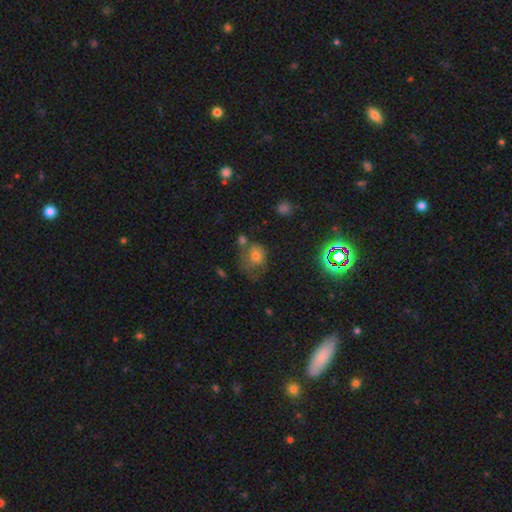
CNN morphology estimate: type=smooth (61%); roundness=round (53%); merging=none (39%).